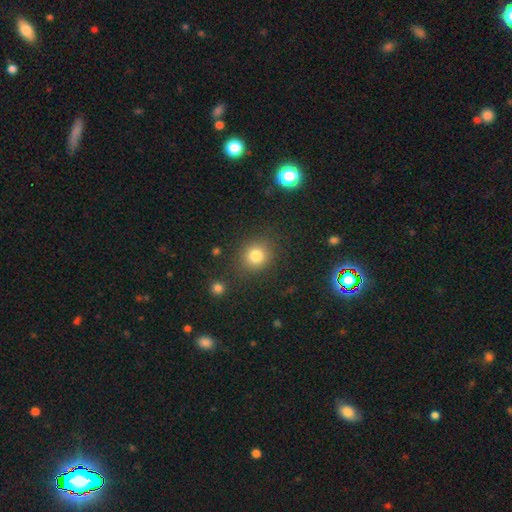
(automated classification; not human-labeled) Smooth or featured?
  - smooth: 81% *
  - star or artifact: 13%
  - featured or disk: 6%
How rounded?
  - round: 83% *
  - in between: 16%
  - cigar-shaped: 1%
Merging?
  - none: 84% *
  - minor disturbance: 9%
  - major disturbance: 4%
  - merger: 3%